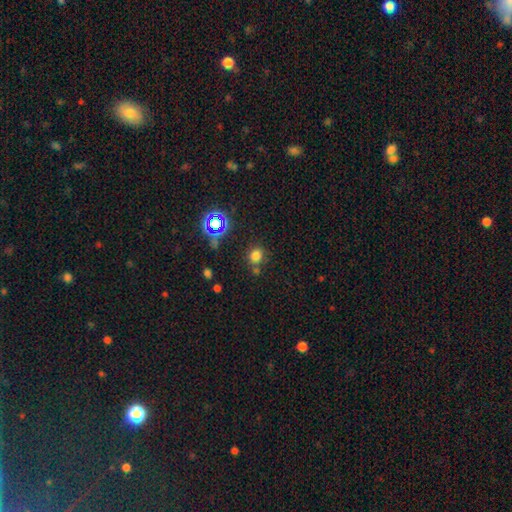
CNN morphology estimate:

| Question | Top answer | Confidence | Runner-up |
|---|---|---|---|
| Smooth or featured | smooth | 71% | star or artifact (22%) |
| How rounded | round | 81% | in between (18%) |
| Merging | none | 72% | minor disturbance (12%) |